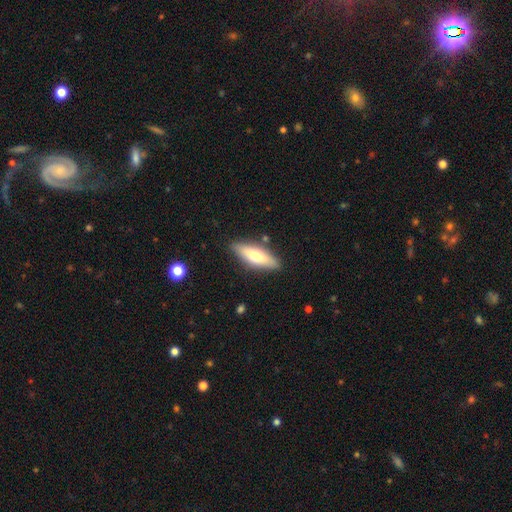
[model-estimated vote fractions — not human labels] Morphology: type=smooth (63%); roundness=cigar-shaped (53%); merging=none (84%).